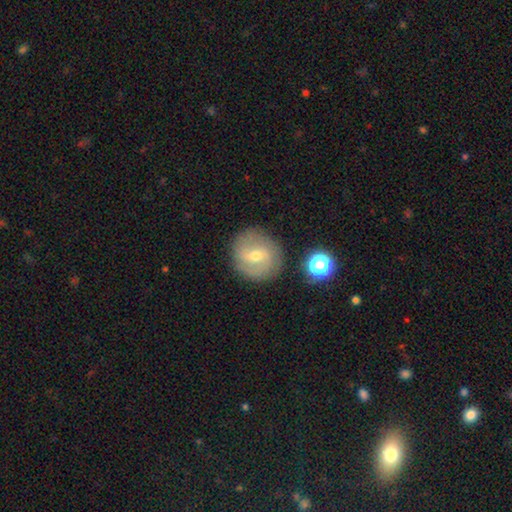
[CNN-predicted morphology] Overall: featured or disk (62%; smooth 28%). Edge-on disk: no (97%). Bar: weak (56%; no 25%). Spiral arms: yes (84%). Spiral arm count: 2 (65%). Spiral winding: medium (41%; tight 39%). Bulge size: moderate (55%; small 41%). Merging: none (83%).